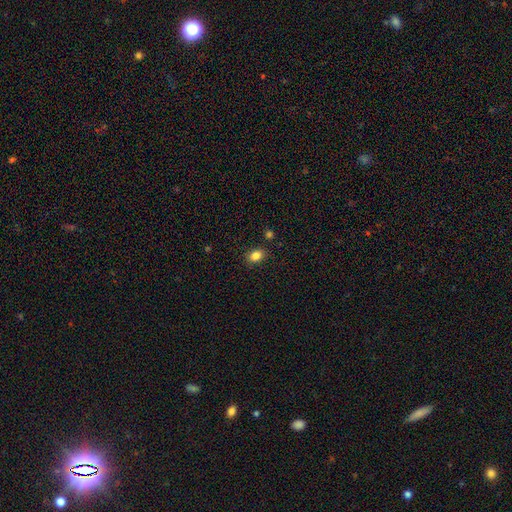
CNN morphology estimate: Smooth or featured: smooth — 84% (star or artifact — 10%)
How rounded: in between — 70% (round — 28%)
Merging: none — 85% (minor disturbance — 10%)